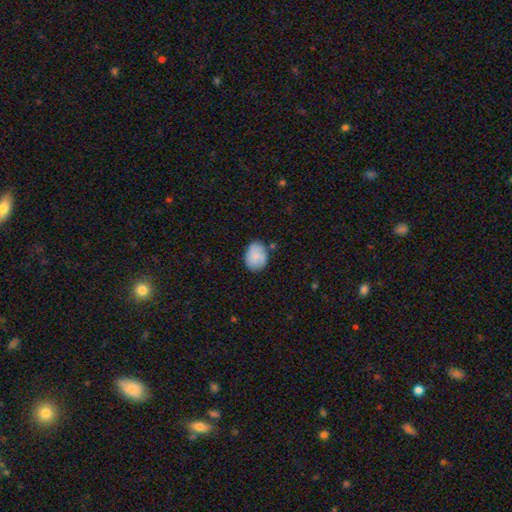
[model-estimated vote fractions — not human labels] This appears to be a smooth galaxy with no disk features (81%) that is in between round and cigar-shaped (60%). Merging: none (69%).